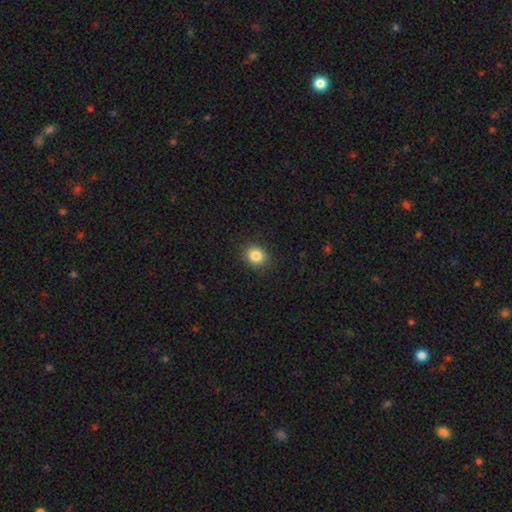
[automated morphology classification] smooth_or_featured: smooth (p=0.85) [alt: star or artifact p=0.10]
how_rounded: round (p=0.71) [alt: in between p=0.28]
merging: none (p=0.90) [alt: minor disturbance p=0.07]